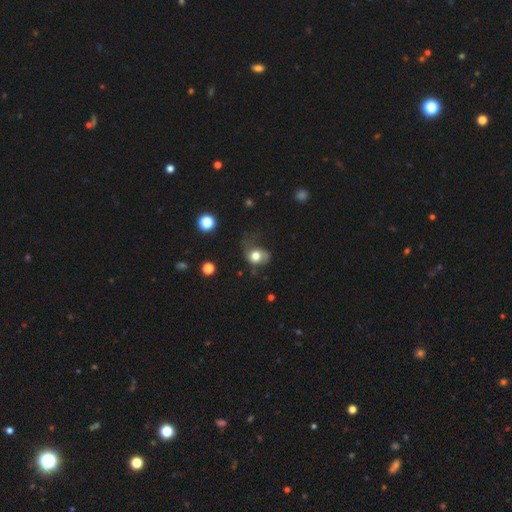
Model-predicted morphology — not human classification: smooth 69%, featured or disk 21%, star or artifact 10%. Down the decision tree: how rounded — round (56%); merging — major disturbance (34%).